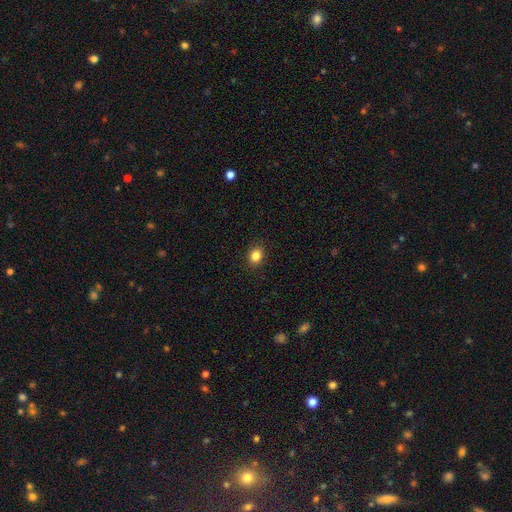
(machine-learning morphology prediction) type=smooth (84%); roundness=round (59%); merging=none (90%).